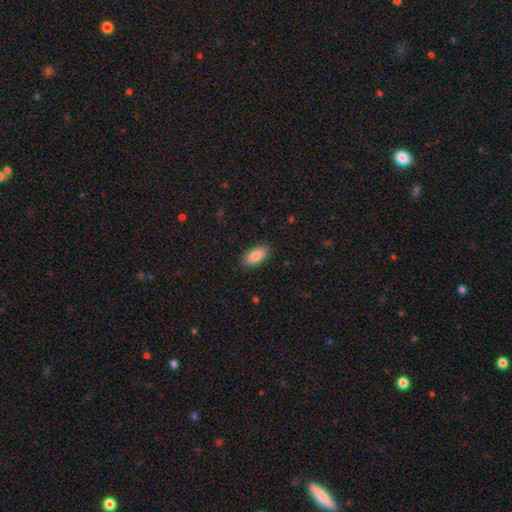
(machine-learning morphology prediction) smooth_or_featured: smooth (p=0.89) [alt: star or artifact p=0.06]
how_rounded: in between (p=0.92) [alt: cigar-shaped p=0.06]
merging: none (p=0.88) [alt: minor disturbance p=0.09]